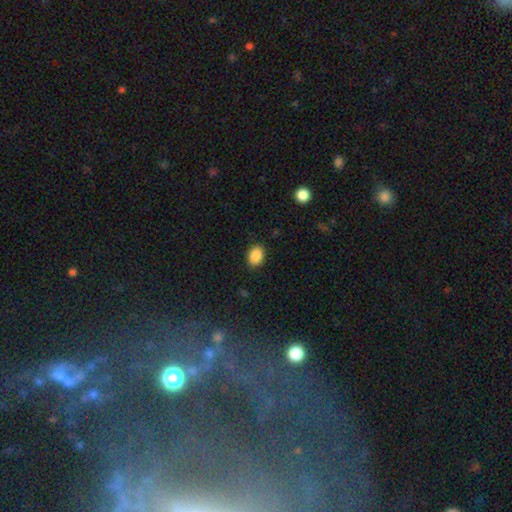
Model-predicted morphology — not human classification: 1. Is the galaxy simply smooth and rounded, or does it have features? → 89% smooth, 8% star or artifact, 3% featured or disk.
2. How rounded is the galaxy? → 67% in between, 32% round, 1% cigar-shaped.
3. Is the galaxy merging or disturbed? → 88% none, 9% minor disturbance, 2% major disturbance, 1% merger.